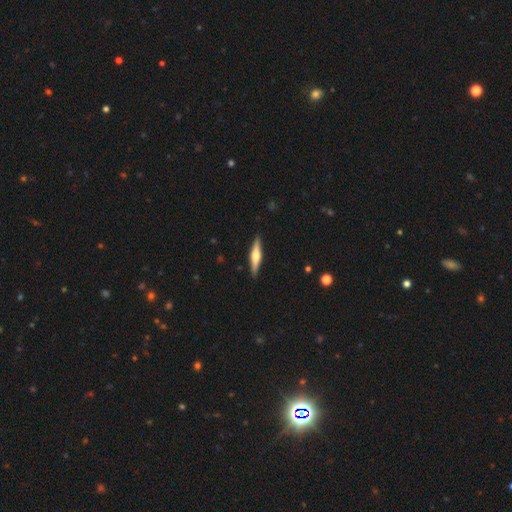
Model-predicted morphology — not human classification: Overall: featured or disk (64%; smooth 31%). Edge-on disk: yes (97%). Edge-on bulge: rounded (90%). Merging: none (91%).